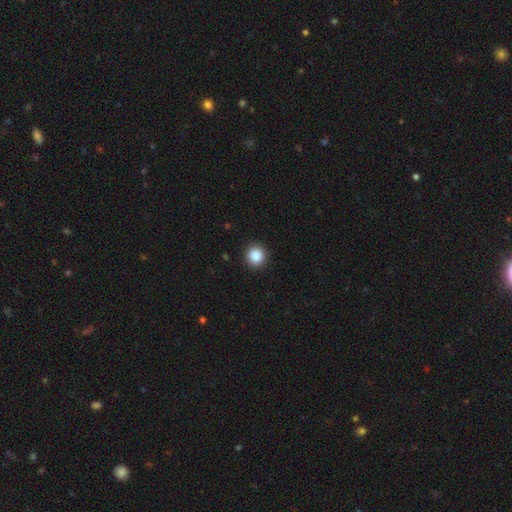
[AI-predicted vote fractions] This is clearly a smooth galaxy (88%). How rounded: clearly round (92%). Merging: clearly none (91%).